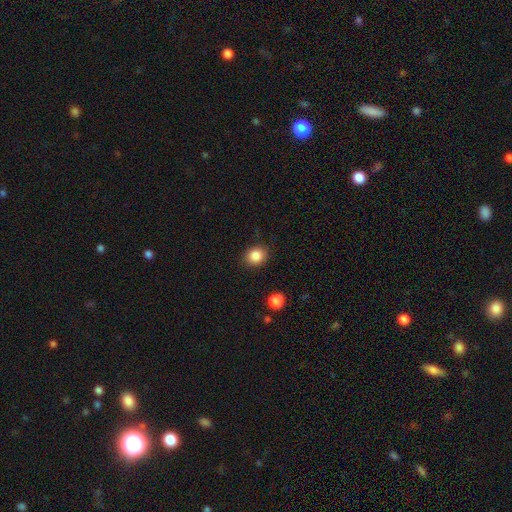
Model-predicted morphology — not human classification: The model was most divided on "how rounded": round: 68%, in between: 31%, cigar-shaped: 1%. More confident: smooth or featured — smooth (86%); merging — none (86%).